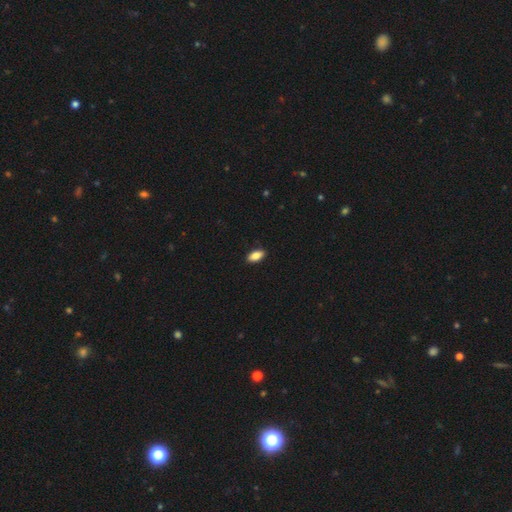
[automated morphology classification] Smooth or featured?
  - smooth: 84% *
  - featured or disk: 9%
  - star or artifact: 7%
How rounded?
  - in between: 90% *
  - cigar-shaped: 7%
  - round: 3%
Merging?
  - none: 89% *
  - minor disturbance: 9%
  - major disturbance: 2%
  - merger: 1%